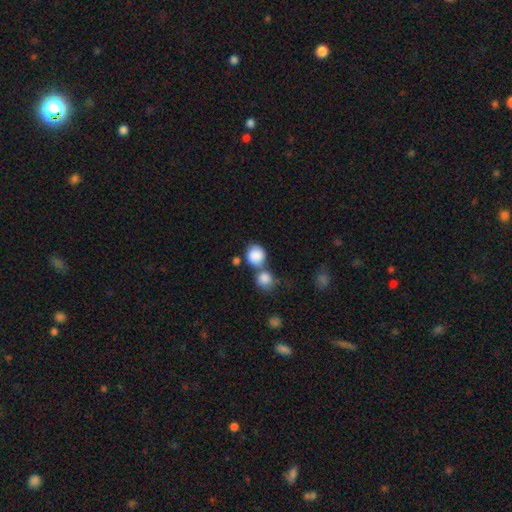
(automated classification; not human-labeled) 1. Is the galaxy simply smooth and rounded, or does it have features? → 87% smooth, 7% star or artifact, 6% featured or disk.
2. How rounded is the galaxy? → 81% round, 18% in between, 1% cigar-shaped.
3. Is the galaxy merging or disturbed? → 47% merger, 39% none, 10% minor disturbance, 4% major disturbance.